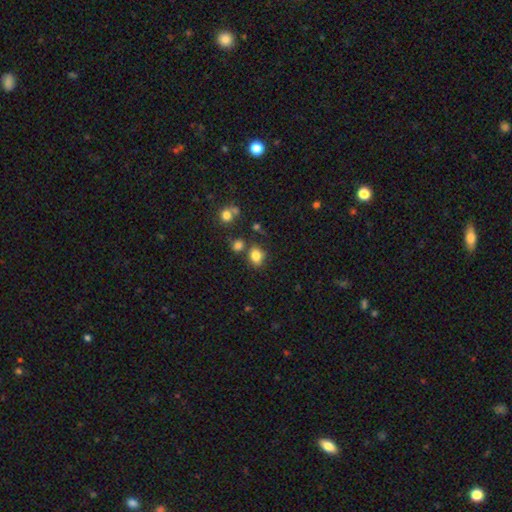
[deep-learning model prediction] Smooth or featured: smooth — 82% (star or artifact — 12%)
How rounded: in between — 52% (round — 47%)
Merging: none — 69% (minor disturbance — 14%)